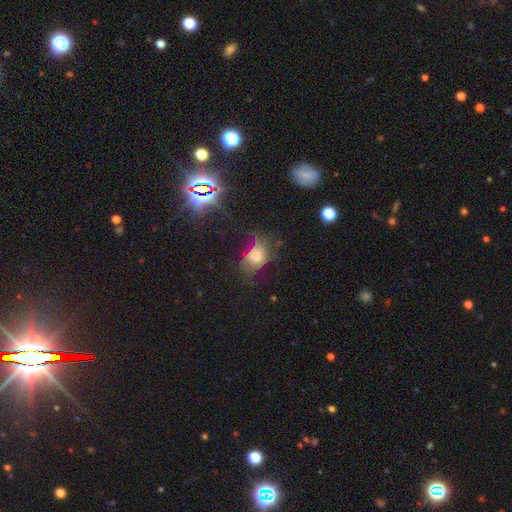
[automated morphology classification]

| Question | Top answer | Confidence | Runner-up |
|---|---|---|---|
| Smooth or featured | smooth | 53% | featured or disk (26%) |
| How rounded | in between | 60% | round (39%) |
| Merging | none | 56% | minor disturbance (24%) |